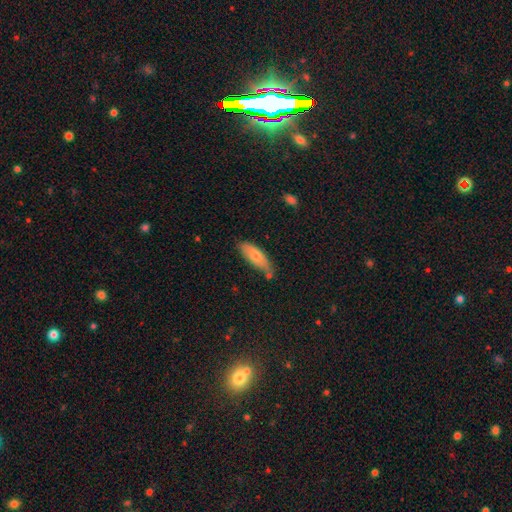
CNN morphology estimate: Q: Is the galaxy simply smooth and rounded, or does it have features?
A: smooth — 70%.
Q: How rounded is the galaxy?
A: in between — 61%.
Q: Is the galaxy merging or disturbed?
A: none — 70%.